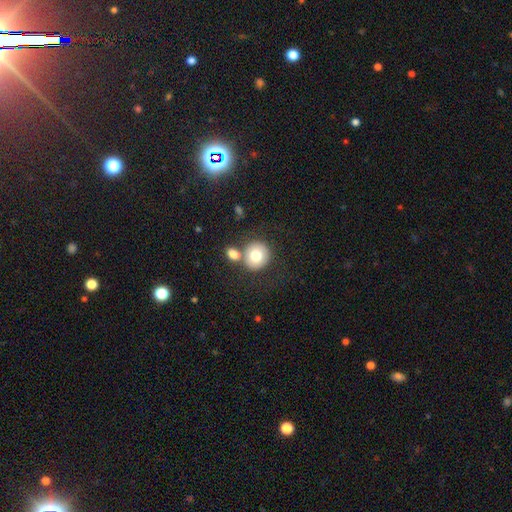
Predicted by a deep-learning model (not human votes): Overall: smooth (76%). How rounded: round (86%). Merging: none (61%; merger 25%).